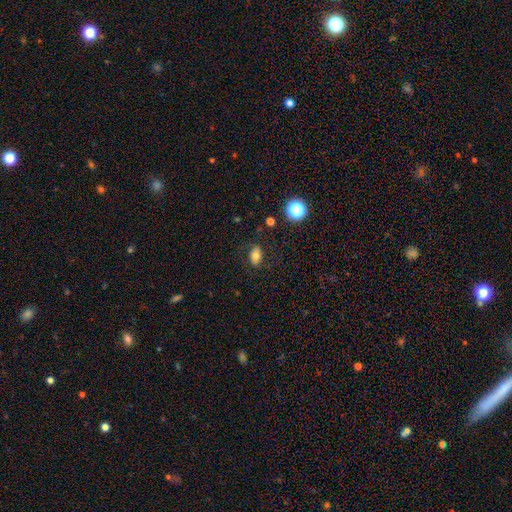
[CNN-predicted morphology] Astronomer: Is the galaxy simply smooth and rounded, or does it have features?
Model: smooth — 71%.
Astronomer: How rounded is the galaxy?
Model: in between — 81%.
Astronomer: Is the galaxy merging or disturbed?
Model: none — 80%.